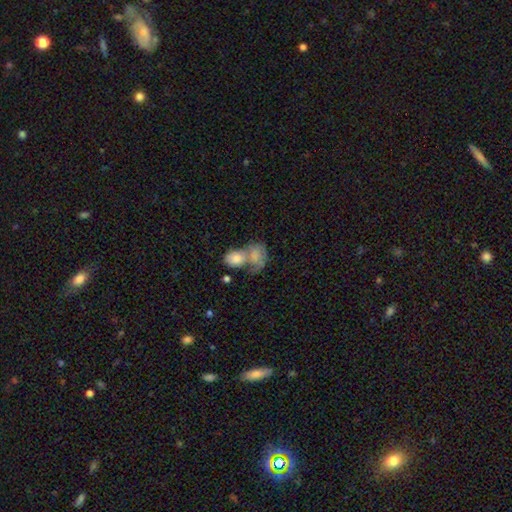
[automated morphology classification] Overall: smooth (68%). How rounded: in between (72%). Merging: merger (69%).